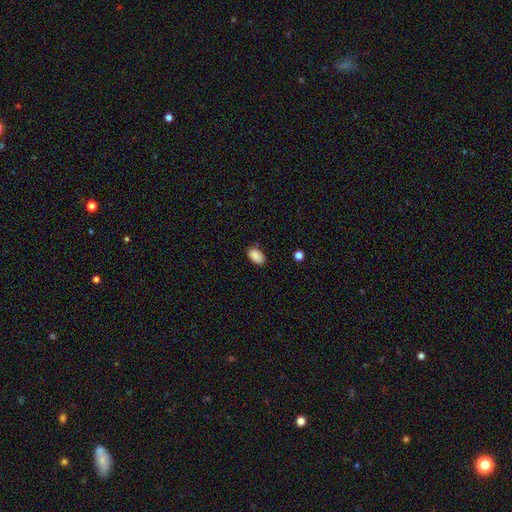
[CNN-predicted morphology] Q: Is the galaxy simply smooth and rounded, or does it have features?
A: smooth — 89%.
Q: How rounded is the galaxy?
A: in between — 92%.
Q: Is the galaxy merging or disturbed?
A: none — 81%.